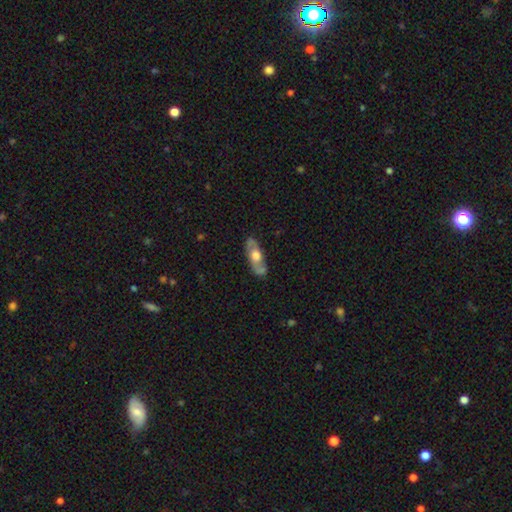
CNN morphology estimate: smooth_or_featured: featured or disk (p=0.58) [alt: smooth p=0.36]
disk_edge_on: no (p=0.66) [alt: yes p=0.34]
merging: none (p=0.79) [alt: minor disturbance p=0.15]